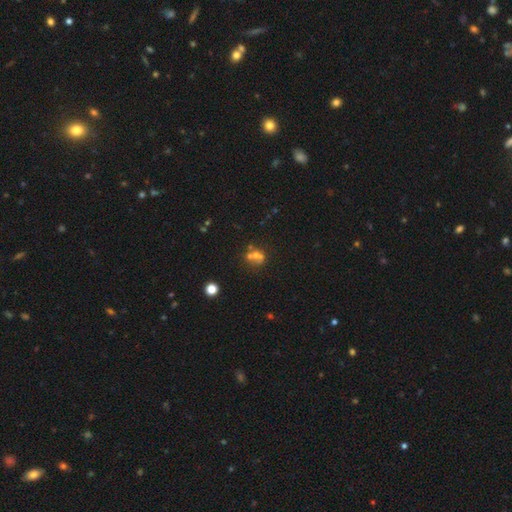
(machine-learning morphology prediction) This appears to be a smooth galaxy with no disk features (51%) that is round (75%). Merging: merger (44%).